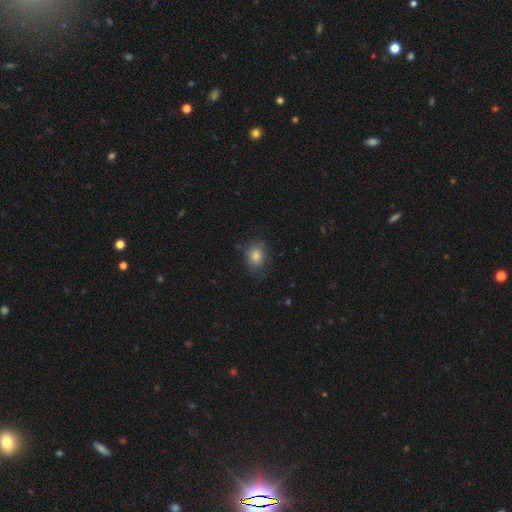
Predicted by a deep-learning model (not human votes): smooth_or_featured: smooth (p=0.79) [alt: star or artifact p=0.12]
how_rounded: round (p=0.53) [alt: in between p=0.46]
merging: none (p=0.75) [alt: minor disturbance p=0.19]